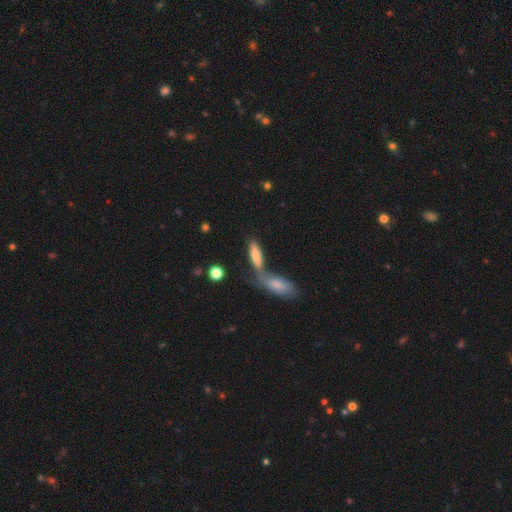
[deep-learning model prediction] smooth_or_featured: smooth (p=0.71) [alt: featured or disk p=0.21]
how_rounded: cigar-shaped (p=0.53) [alt: in between p=0.44]
merging: merger (p=0.53) [alt: none p=0.33]